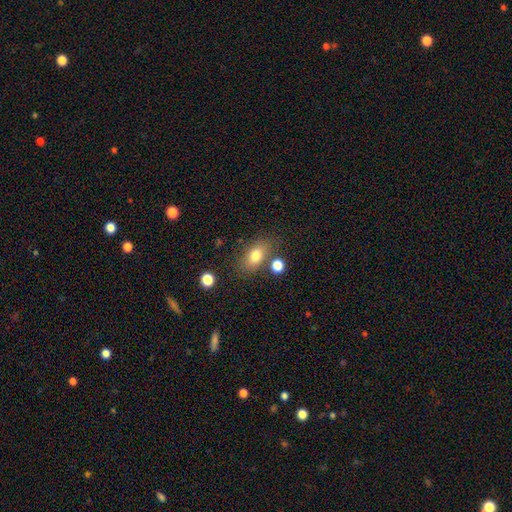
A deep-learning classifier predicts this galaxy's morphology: A smooth galaxy with no disk features (76%) that is in between round and cigar-shaped (78%).

Vote fractions:
- Smooth or featured? smooth: 76% / featured or disk: 13% / star or artifact: 10%
- How rounded? in between: 78% / round: 19% / cigar-shaped: 3%
- Merging? none: 71% / minor disturbance: 15% / merger: 9% / major disturbance: 5%